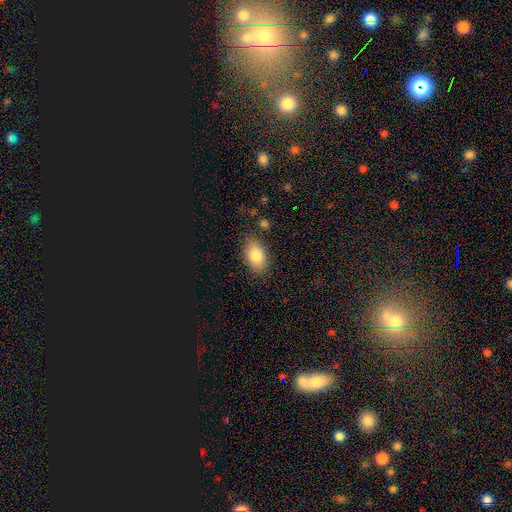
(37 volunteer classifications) Smooth or featured? 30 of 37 (81%) said smooth. How rounded? 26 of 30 (87%) said in between. Merging? 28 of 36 (78%) said none.